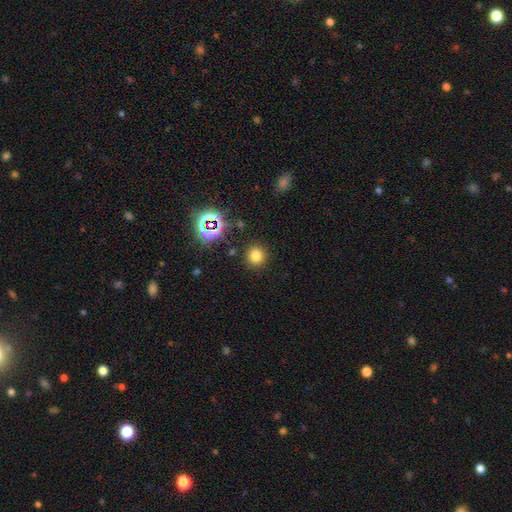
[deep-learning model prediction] Smooth or featured: smooth — 74% (star or artifact — 20%)
How rounded: round — 87% (in between — 12%)
Merging: none — 88% (minor disturbance — 7%)